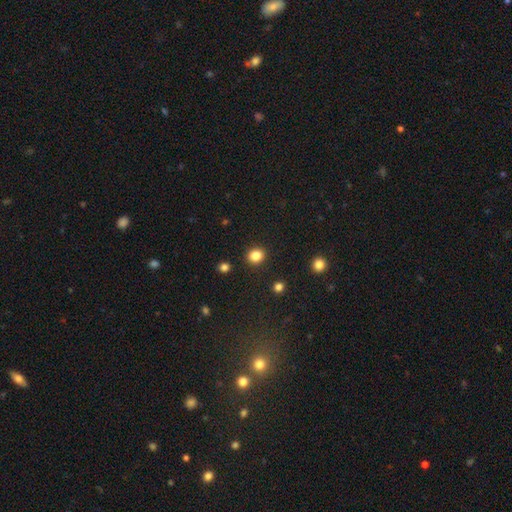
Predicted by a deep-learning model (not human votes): This appears to be a smooth galaxy with no disk features (85%) that is round (75%). Merging: none (91%).